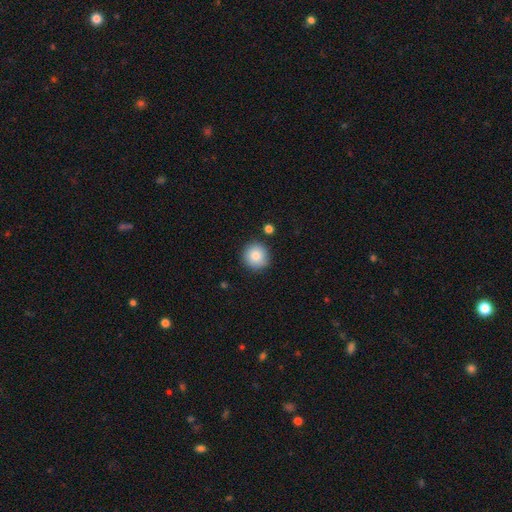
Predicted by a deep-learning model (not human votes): Smooth or featured: smooth — 84% (star or artifact — 9%)
How rounded: round — 94% (in between — 5%)
Merging: none — 86% (minor disturbance — 8%)